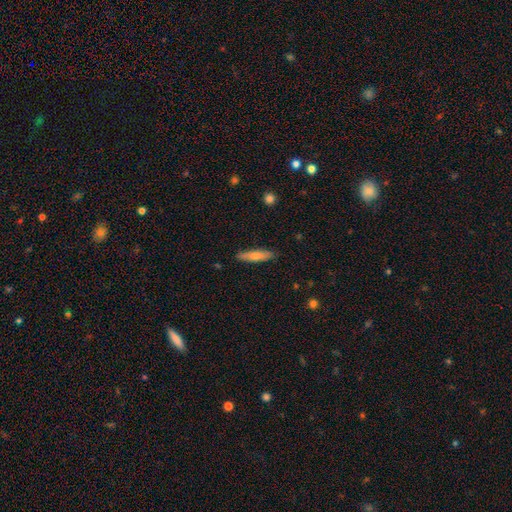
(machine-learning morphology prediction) Q: Smooth or featured?
A: smooth (67%); runner-up: featured or disk (28%)
Q: How rounded?
A: cigar-shaped (78%); runner-up: in between (20%)
Q: Merging?
A: none (87%); runner-up: minor disturbance (10%)